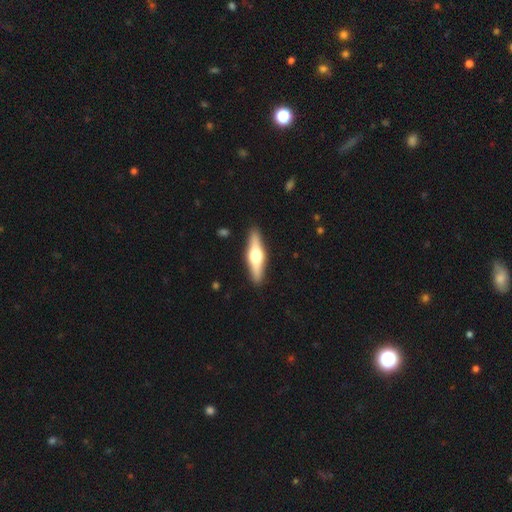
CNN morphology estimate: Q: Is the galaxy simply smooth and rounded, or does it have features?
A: featured or disk — 60%.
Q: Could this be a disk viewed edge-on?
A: yes — 95%.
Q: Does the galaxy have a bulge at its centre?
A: rounded — 94%.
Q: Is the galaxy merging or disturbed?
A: none — 90%.